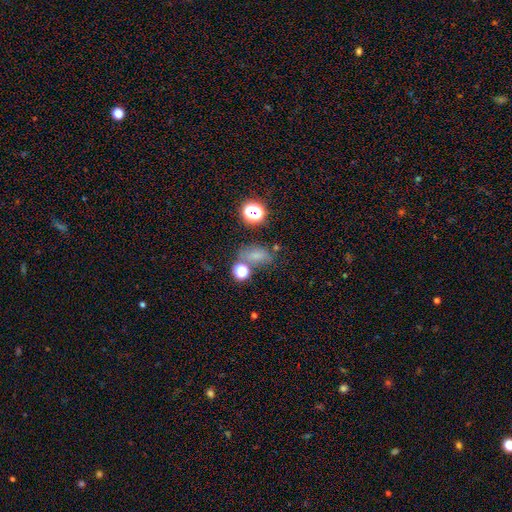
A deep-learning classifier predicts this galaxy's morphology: This is possibly a smooth galaxy (59%). How rounded: likely in between (71%). Merging: possibly none (59%).